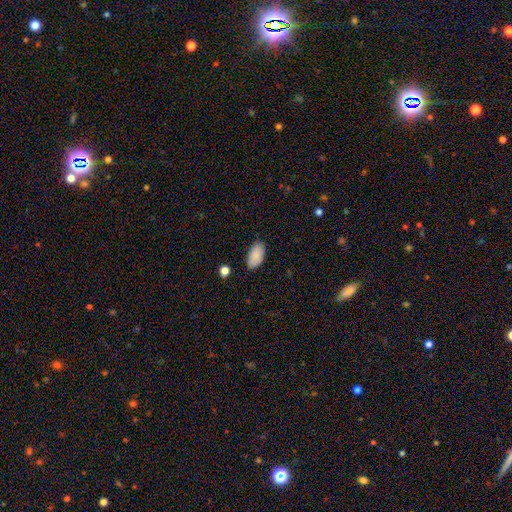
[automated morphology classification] Smooth or featured?
  - smooth: 88% *
  - star or artifact: 7%
  - featured or disk: 5%
How rounded?
  - in between: 95% *
  - round: 3%
  - cigar-shaped: 2%
Merging?
  - none: 84% *
  - minor disturbance: 12%
  - major disturbance: 3%
  - merger: 2%